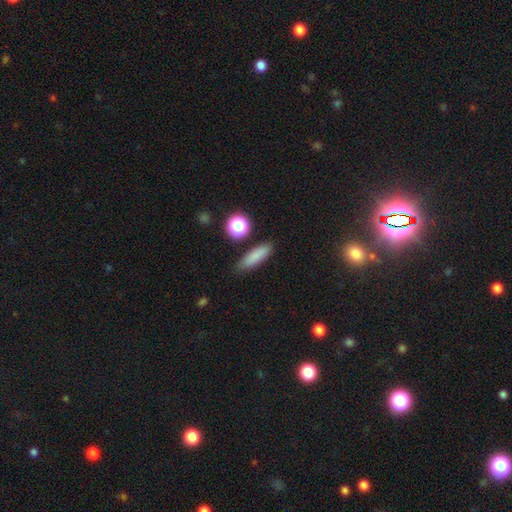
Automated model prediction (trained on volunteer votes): This appears to be a smooth galaxy with no disk features (81%) that is cigar-shaped (55%). Merging: none (82%).